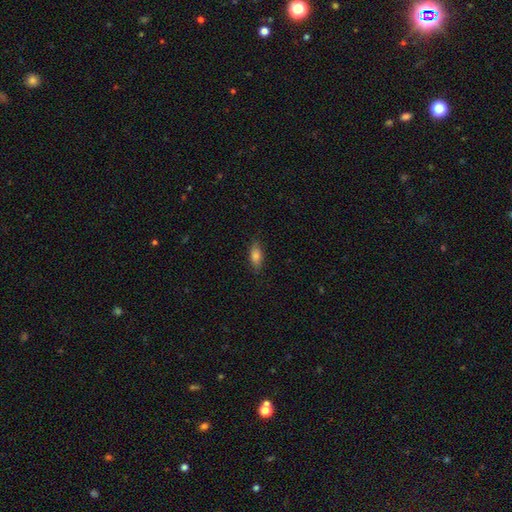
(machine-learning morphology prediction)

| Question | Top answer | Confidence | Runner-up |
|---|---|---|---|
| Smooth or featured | smooth | 82% | featured or disk (10%) |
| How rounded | in between | 83% | cigar-shaped (14%) |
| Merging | none | 84% | minor disturbance (13%) |